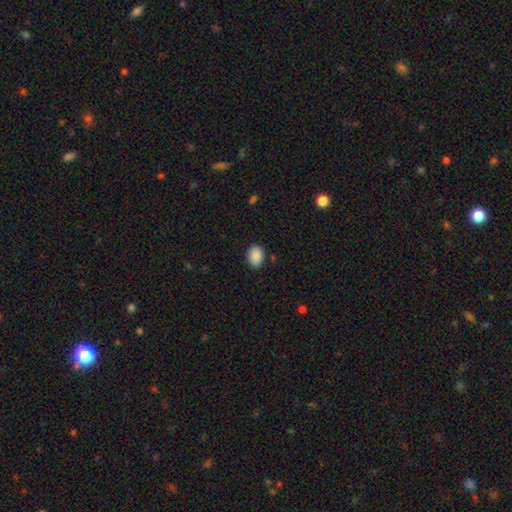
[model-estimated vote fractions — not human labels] This is clearly a smooth galaxy (89%). How rounded: likely in between (71%). Merging: clearly none (85%).